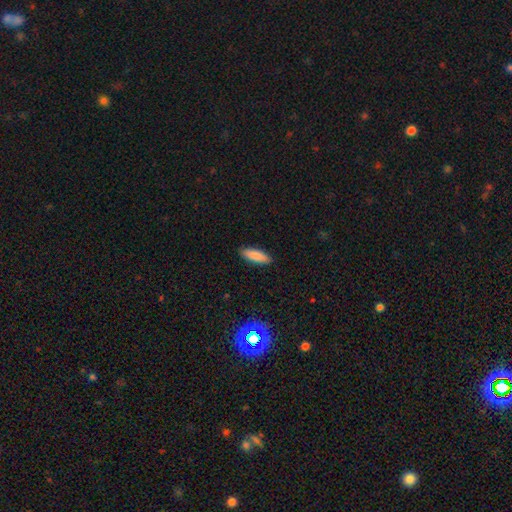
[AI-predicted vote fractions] Morphology: type=smooth (86%); roundness=in between (55%); merging=none (89%).